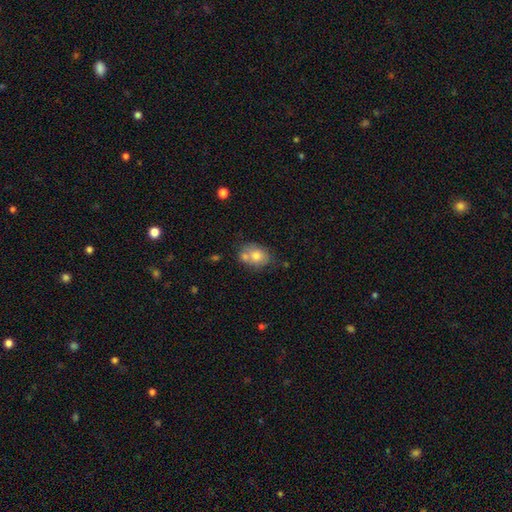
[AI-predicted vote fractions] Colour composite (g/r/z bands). It shows a smooth galaxy with no disk features (70%) that is in between round and cigar-shaped (55%). Merging: none (45%).